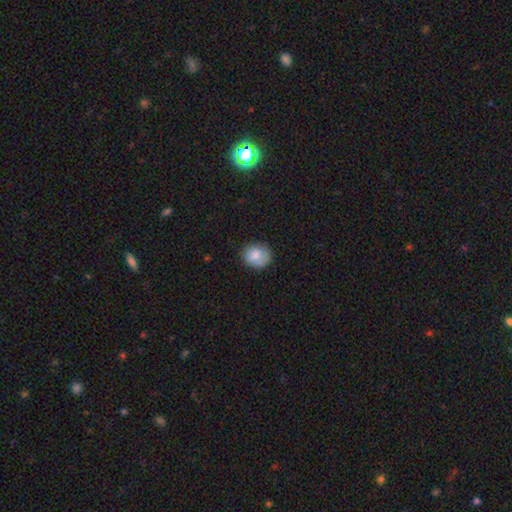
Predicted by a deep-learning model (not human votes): This is clearly a smooth galaxy (83%). How rounded: likely round (61%). Merging: likely none (76%).